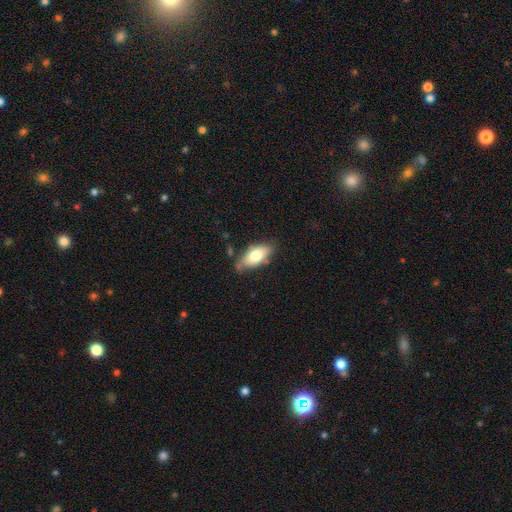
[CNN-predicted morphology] The model was most divided on "merging": none: 69%, minor disturbance: 22%, major disturbance: 4%, merger: 4%. More confident: how rounded — in between (88%); smooth or featured — smooth (73%).